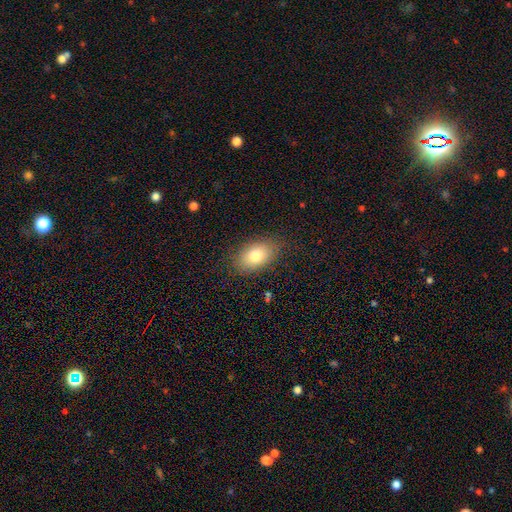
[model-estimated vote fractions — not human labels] smooth 79%, featured or disk 13%, star or artifact 8%. Down the decision tree: how rounded — in between (89%); merging — none (82%).